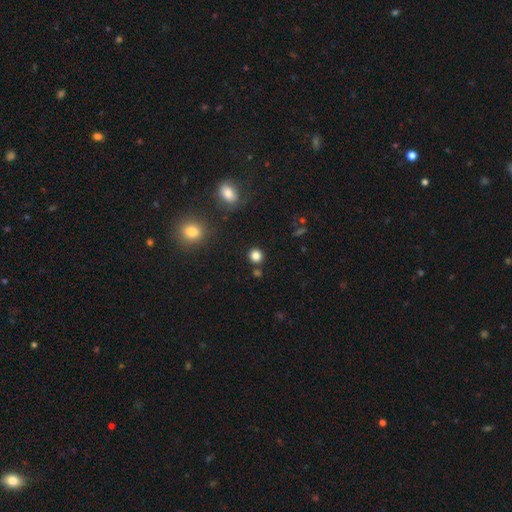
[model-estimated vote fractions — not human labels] Q: Smooth or featured?
A: smooth (82%); runner-up: star or artifact (14%)
Q: How rounded?
A: round (88%); runner-up: in between (11%)
Q: Merging?
A: none (85%); runner-up: minor disturbance (7%)